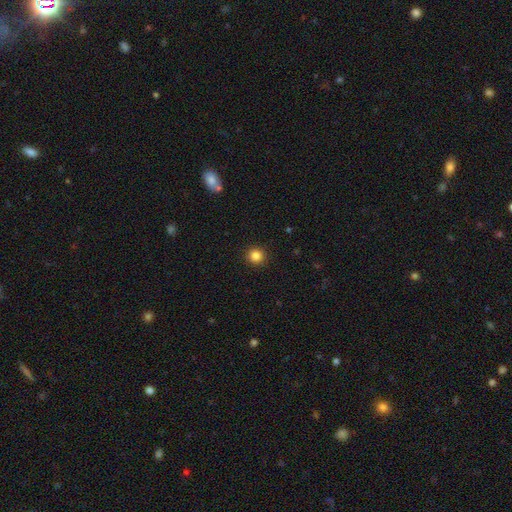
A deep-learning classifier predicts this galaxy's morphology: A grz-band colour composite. It shows a smooth galaxy with no disk features (85%) that is round (94%). Merging: none (93%).